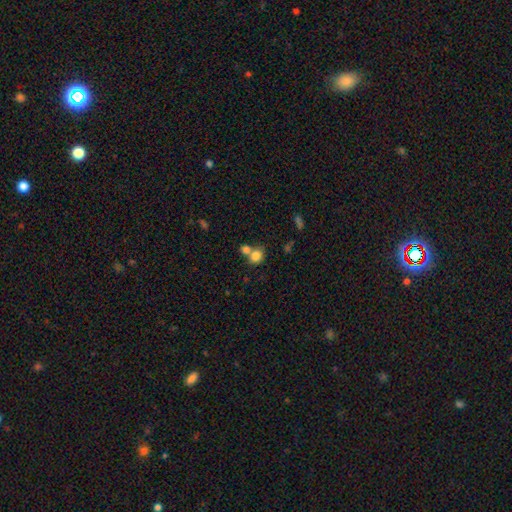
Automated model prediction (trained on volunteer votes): Smooth or featured? Predicted: smooth (p=0.80). How rounded? Predicted: round (p=0.65). Merging? Predicted: merger (p=0.45).